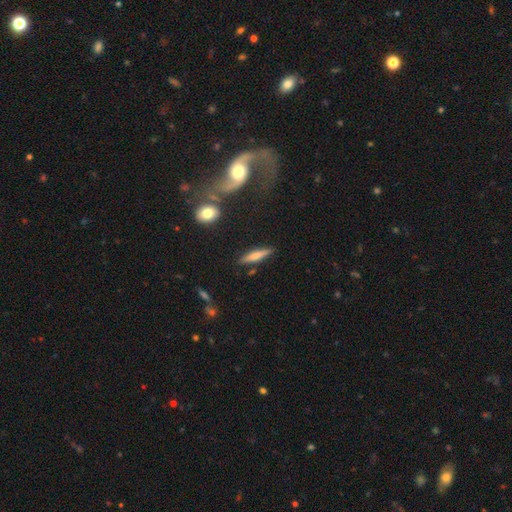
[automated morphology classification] Smooth or featured? Predicted: smooth (p=0.57). How rounded? Predicted: cigar-shaped (p=0.85). Merging? Predicted: none (p=0.85).